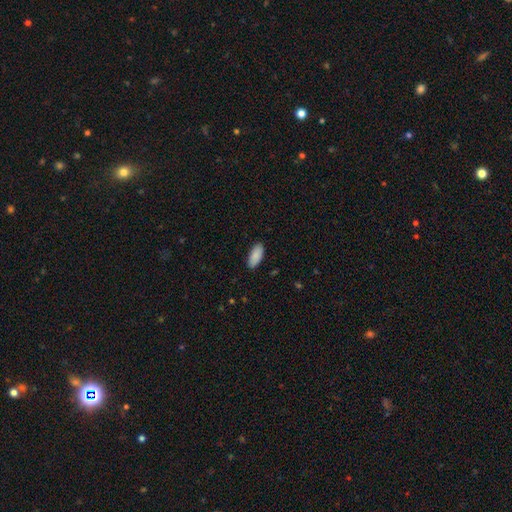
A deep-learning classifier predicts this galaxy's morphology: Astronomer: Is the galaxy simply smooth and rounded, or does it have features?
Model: smooth — 89%.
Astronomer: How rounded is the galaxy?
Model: in between — 90%.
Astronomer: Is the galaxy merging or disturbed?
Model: none — 89%.